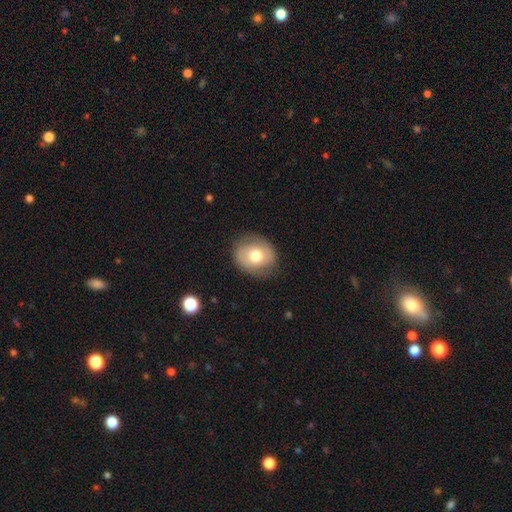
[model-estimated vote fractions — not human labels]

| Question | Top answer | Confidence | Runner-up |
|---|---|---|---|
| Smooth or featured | smooth | 63% | featured or disk (30%) |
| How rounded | round | 62% | in between (37%) |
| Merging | none | 80% | minor disturbance (14%) |